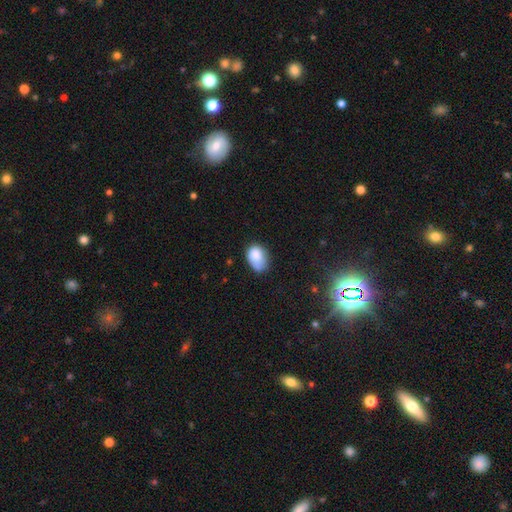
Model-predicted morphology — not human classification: smooth 80%, featured or disk 11%, star or artifact 8%. Down the decision tree: how rounded — in between (79%); merging — none (46%).